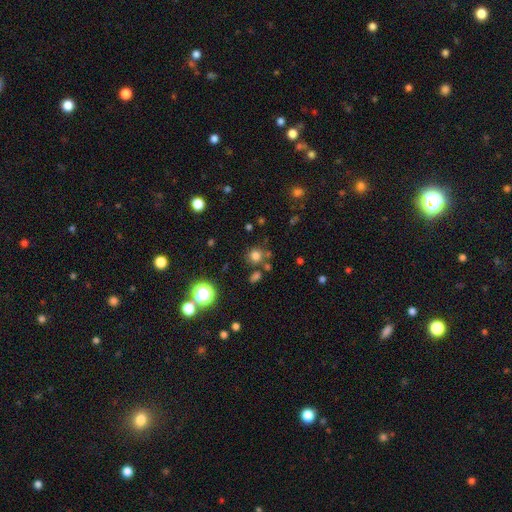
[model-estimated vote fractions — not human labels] This appears to be a smooth galaxy with no disk features (74%) that is round (88%). Merging: none (74%).